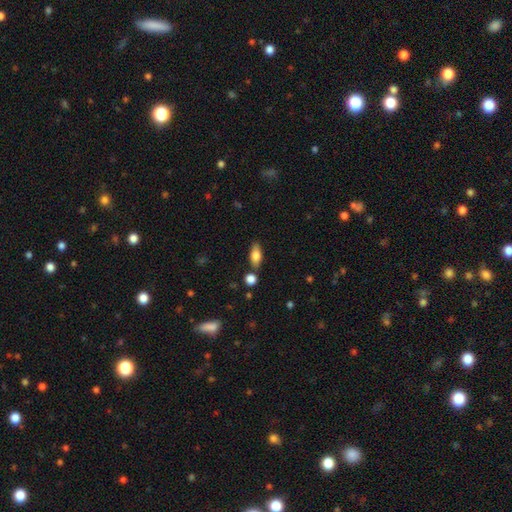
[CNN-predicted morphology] smooth 75%, featured or disk 17%, star or artifact 7%. Down the decision tree: how rounded — in between (80%); merging — none (76%).